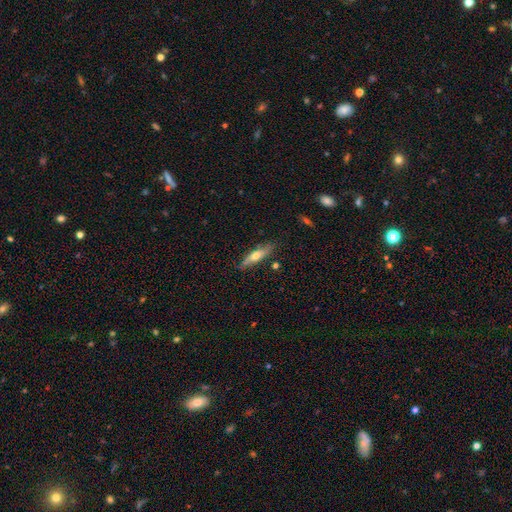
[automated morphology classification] This is possibly a smooth galaxy (51%). How rounded: likely cigar-shaped (72%). Merging: clearly none (80%).